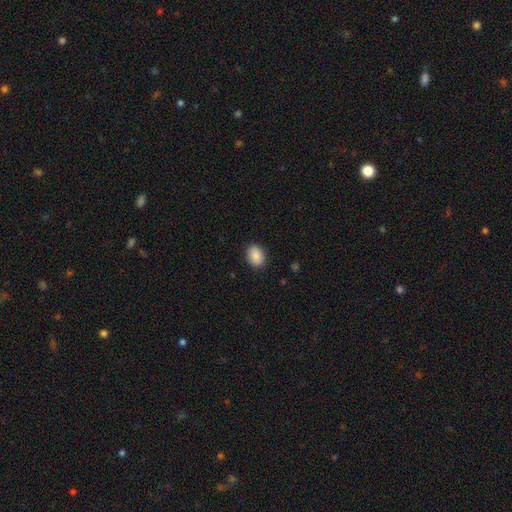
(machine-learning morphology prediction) smooth 88%, star or artifact 7%, featured or disk 5%. Down the decision tree: how rounded — in between (71%); merging — none (89%).